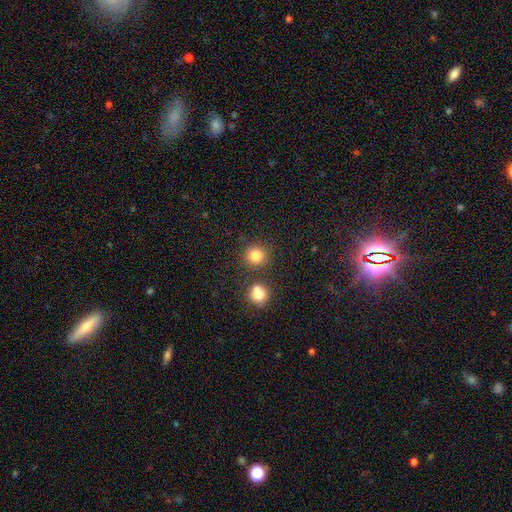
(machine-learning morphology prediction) A smooth galaxy with no disk features (83%) that is round (89%).

Vote fractions:
- Smooth or featured? smooth: 83% / star or artifact: 12% / featured or disk: 5%
- How rounded? round: 89% / in between: 10% / cigar-shaped: 1%
- Merging? none: 79% / merger: 11% / minor disturbance: 8% / major disturbance: 3%